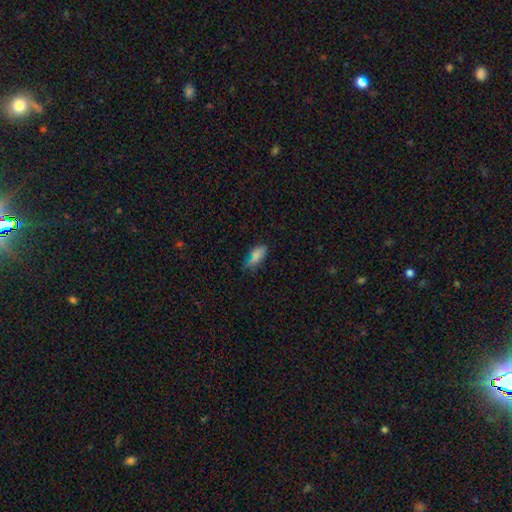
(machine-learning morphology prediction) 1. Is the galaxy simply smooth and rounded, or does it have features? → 78% smooth, 13% star or artifact, 9% featured or disk.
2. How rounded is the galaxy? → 79% in between, 17% cigar-shaped, 3% round.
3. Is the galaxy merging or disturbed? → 62% none, 27% minor disturbance, 7% major disturbance, 4% merger.